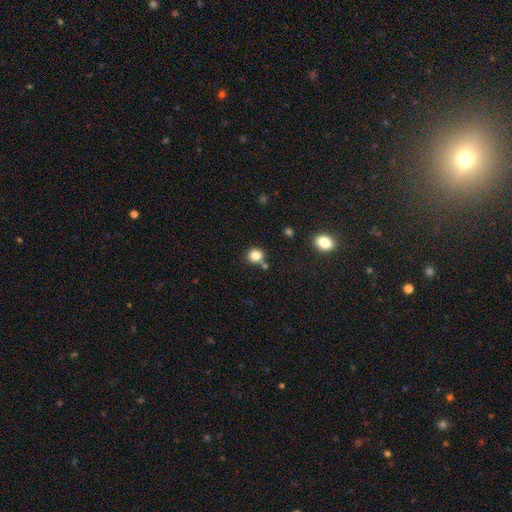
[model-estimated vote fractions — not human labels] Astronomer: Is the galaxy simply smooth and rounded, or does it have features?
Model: smooth — 83%.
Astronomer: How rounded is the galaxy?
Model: round — 85%.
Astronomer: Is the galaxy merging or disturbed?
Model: none — 70%.